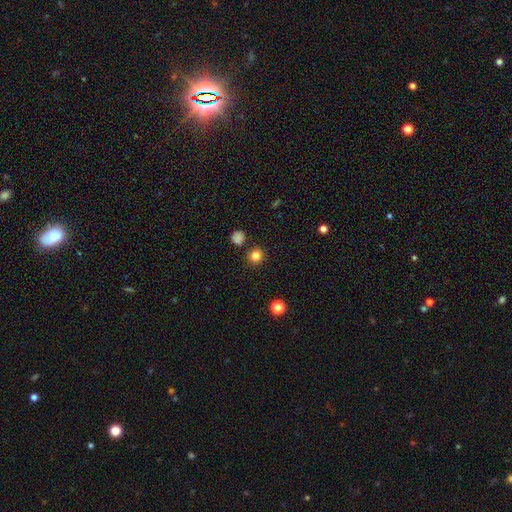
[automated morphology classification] smooth 82%, star or artifact 14%, featured or disk 4%. Down the decision tree: how rounded — round (90%); merging — none (87%).